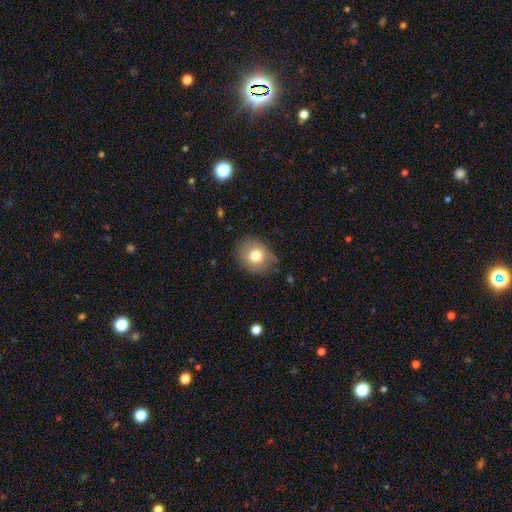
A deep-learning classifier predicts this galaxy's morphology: A smooth galaxy with no disk features (74%) that is round (66%).

Vote fractions:
- Smooth or featured? smooth: 74% / featured or disk: 17% / star or artifact: 9%
- How rounded? round: 66% / in between: 33% / cigar-shaped: 1%
- Merging? none: 76% / minor disturbance: 18% / major disturbance: 5% / merger: 1%